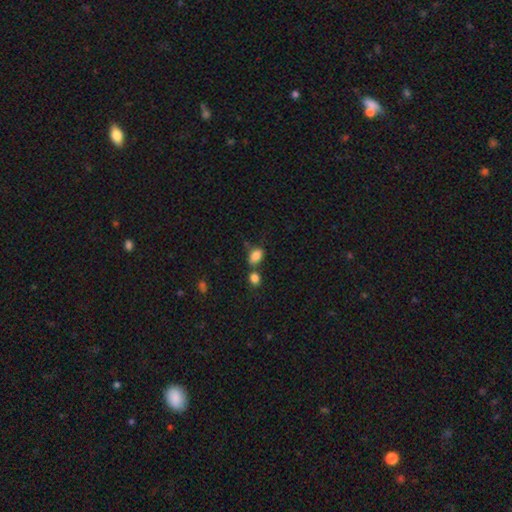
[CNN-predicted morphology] A smooth galaxy with no disk features (83%) that is in between round and cigar-shaped (84%).

Vote fractions:
- Smooth or featured? smooth: 83% / star or artifact: 10% / featured or disk: 7%
- How rounded? in between: 84% / round: 14% / cigar-shaped: 2%
- Merging? none: 49% / merger: 28% / minor disturbance: 17% / major disturbance: 7%